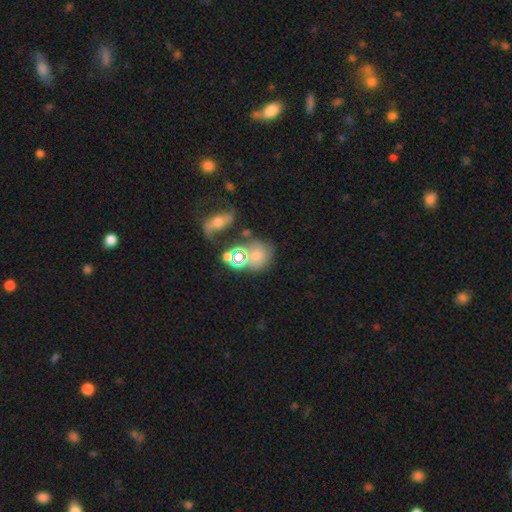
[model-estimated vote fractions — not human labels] Overall: smooth (59%; star or artifact 23%). How rounded: round (69%). Merging: none (52%; merger 23%).